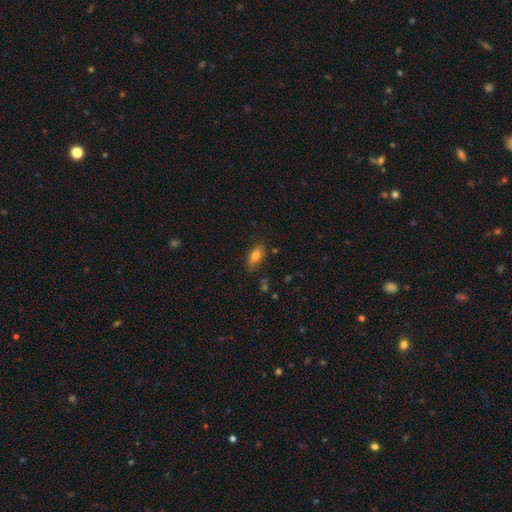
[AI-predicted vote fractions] smooth-or-featured: smooth: 78% | featured or disk: 14% | star or artifact: 9%
  how-rounded: in between: 83% | cigar-shaped: 12% | round: 5%
  merging: none: 82% | minor disturbance: 13% | major disturbance: 3% | merger: 2%